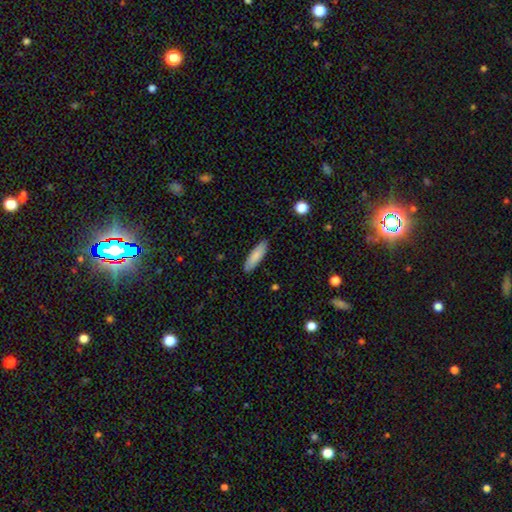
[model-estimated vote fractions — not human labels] Overall: smooth (84%). How rounded: cigar-shaped (51%; in between 47%). Merging: none (87%).